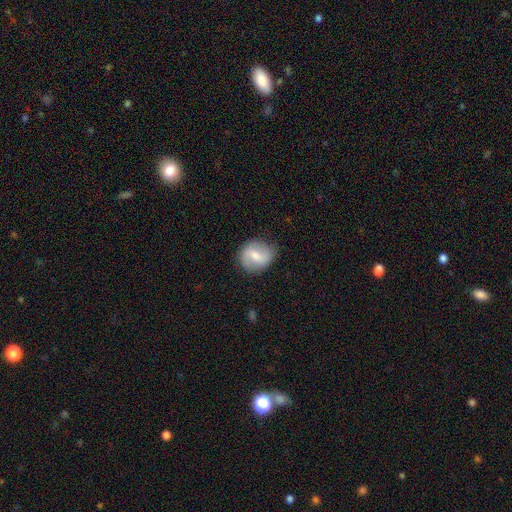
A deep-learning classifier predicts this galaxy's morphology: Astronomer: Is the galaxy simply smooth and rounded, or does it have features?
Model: featured or disk — 52% (runner-up: smooth, 41%).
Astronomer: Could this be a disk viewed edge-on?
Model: no — 97%.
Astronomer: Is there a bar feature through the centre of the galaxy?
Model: weak — 52% (runner-up: strong, 29%).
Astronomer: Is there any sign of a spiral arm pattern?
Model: yes — 77%.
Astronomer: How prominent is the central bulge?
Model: moderate — 49% (runner-up: small, 42%).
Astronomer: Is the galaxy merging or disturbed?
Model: none — 77%.